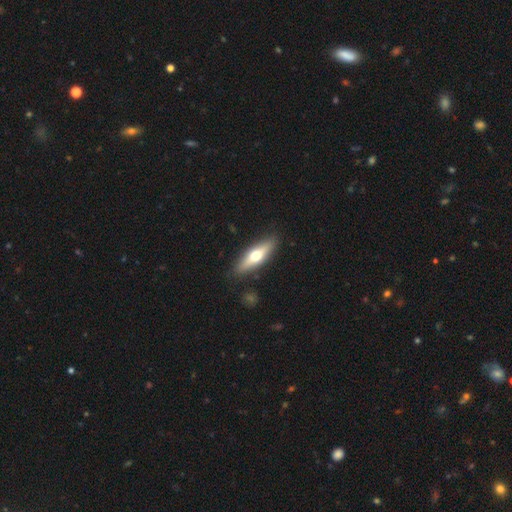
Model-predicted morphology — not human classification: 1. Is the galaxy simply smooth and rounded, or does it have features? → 51% smooth, 44% featured or disk, 5% star or artifact.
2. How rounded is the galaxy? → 60% cigar-shaped, 38% in between, 2% round.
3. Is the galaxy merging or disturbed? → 87% none, 9% minor disturbance, 2% major disturbance, 2% merger.